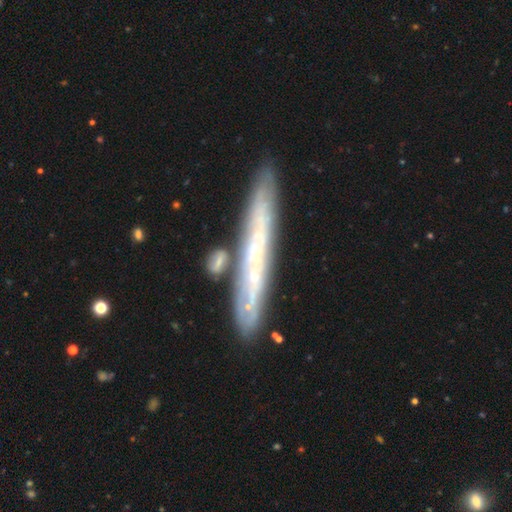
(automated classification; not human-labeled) A featured or disk galaxy (64%) viewed edge-on (77%).

Vote fractions:
- Smooth or featured? featured or disk: 64% / smooth: 28% / star or artifact: 7%
- Edge-on disk? yes: 77% / no: 23%
- Merging? none: 77% / minor disturbance: 13% / merger: 7% / major disturbance: 3%